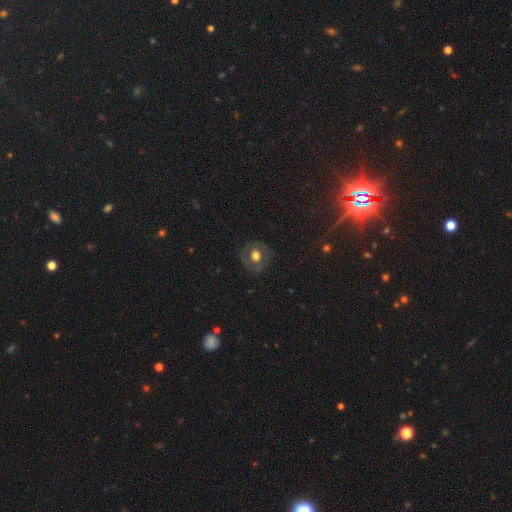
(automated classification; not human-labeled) Smooth or featured? smooth (49%)
Merging? none (82%)